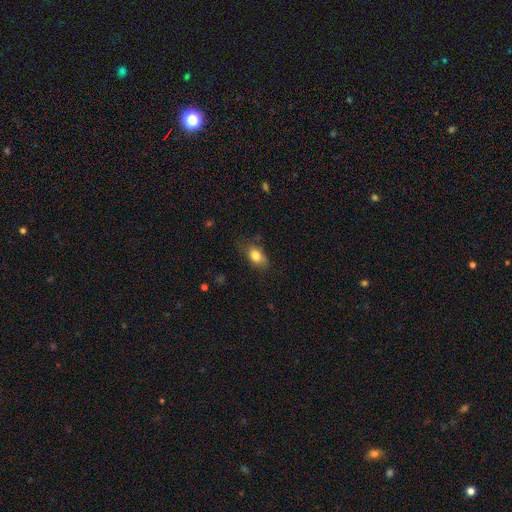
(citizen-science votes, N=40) This is clearly a smooth galaxy (95%). How rounded: clearly in between (97%). Merging: possibly none (56%).